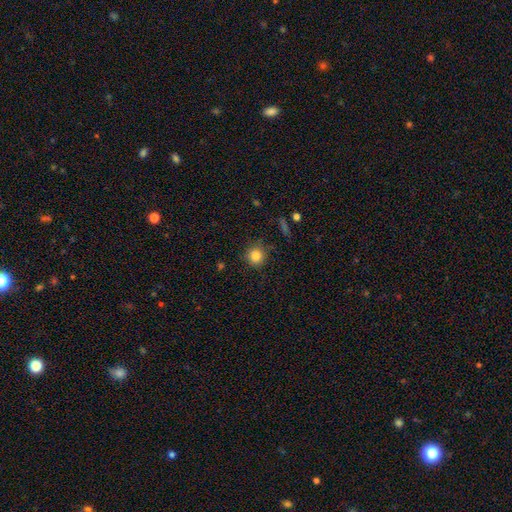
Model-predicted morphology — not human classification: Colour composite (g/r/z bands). It shows a smooth galaxy with no disk features (84%) that is round (92%). Merging: none (86%).